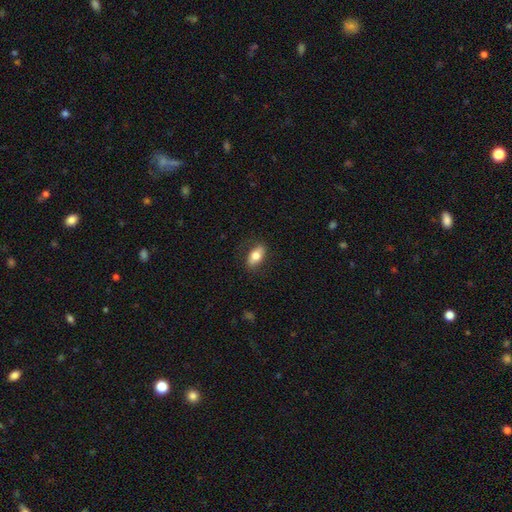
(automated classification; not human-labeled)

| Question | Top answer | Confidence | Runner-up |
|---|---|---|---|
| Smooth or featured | smooth | 72% | featured or disk (21%) |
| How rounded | in between | 84% | cigar-shaped (11%) |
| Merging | none | 81% | minor disturbance (14%) |